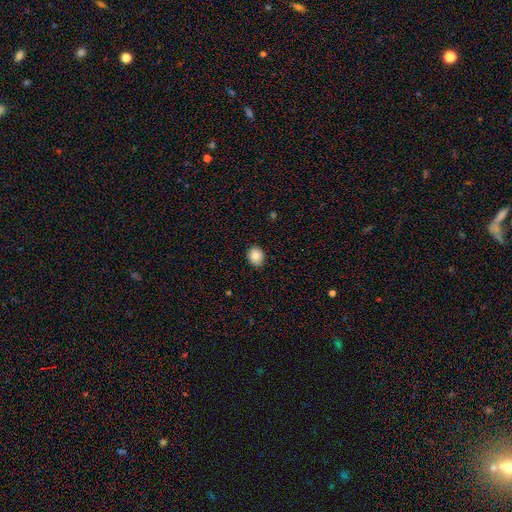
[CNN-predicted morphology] type=smooth (80%); roundness=round (73%); merging=none (88%).